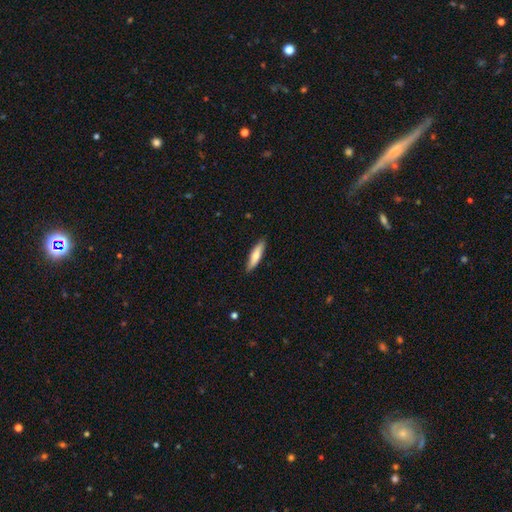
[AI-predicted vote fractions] A smooth galaxy with no disk features (71%) that is cigar-shaped (72%). Merging: none (88%).